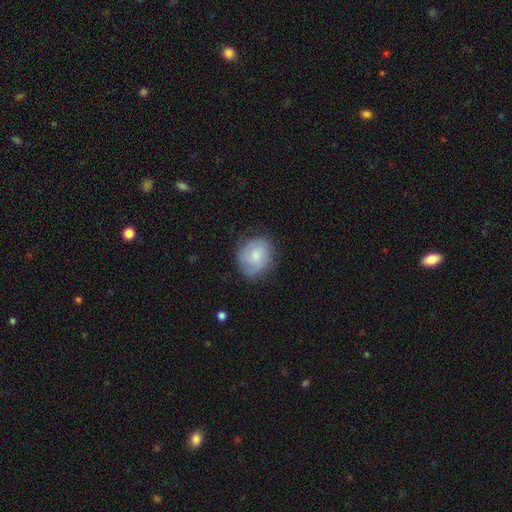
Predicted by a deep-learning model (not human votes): Smooth or featured? smooth (55%)
How rounded? round (60%)
Merging? none (64%)